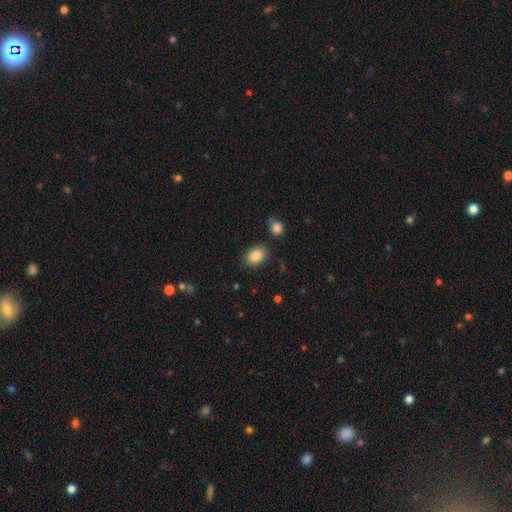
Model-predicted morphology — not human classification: The model was most divided on "how rounded": in between: 76%, round: 23%, cigar-shaped: 1%. More confident: smooth or featured — smooth (87%); merging — none (82%).